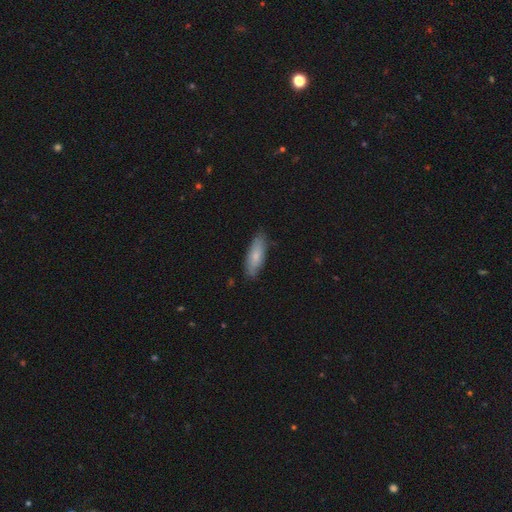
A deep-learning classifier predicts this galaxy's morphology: A smooth galaxy with no disk features (73%) that is in between round and cigar-shaped (62%).

Vote fractions:
- Smooth or featured? smooth: 73% / featured or disk: 21% / star or artifact: 6%
- How rounded? in between: 62% / cigar-shaped: 36% / round: 2%
- Merging? none: 80% / minor disturbance: 16% / major disturbance: 3% / merger: 1%